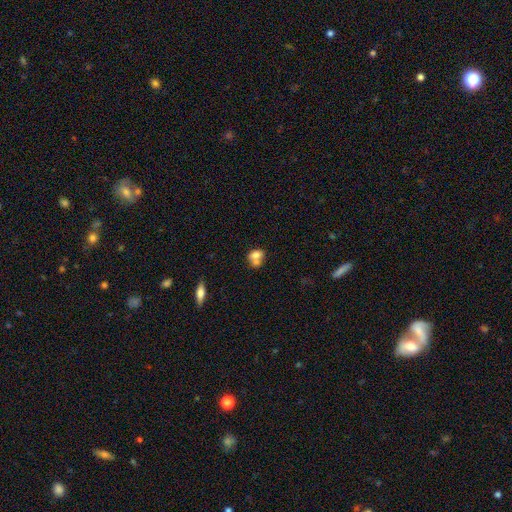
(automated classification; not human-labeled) Morphology: type=smooth (70%); roundness=in between (58%); merging=merger (55%).